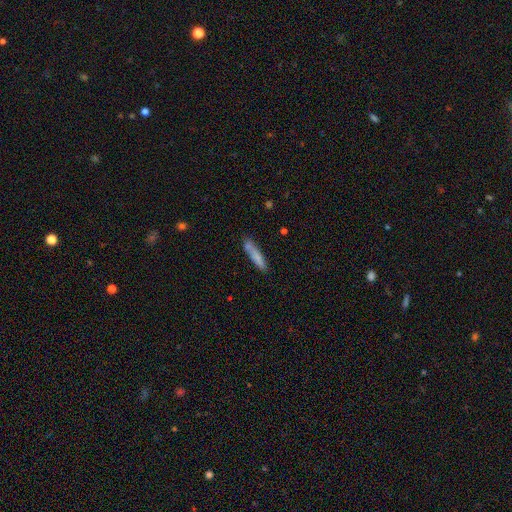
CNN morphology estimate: A smooth galaxy with no disk features (77%) that is cigar-shaped (89%).

Vote fractions:
- Smooth or featured? smooth: 77% / featured or disk: 16% / star or artifact: 7%
- How rounded? cigar-shaped: 89% / in between: 9% / round: 1%
- Merging? none: 75% / minor disturbance: 16% / merger: 6% / major disturbance: 3%